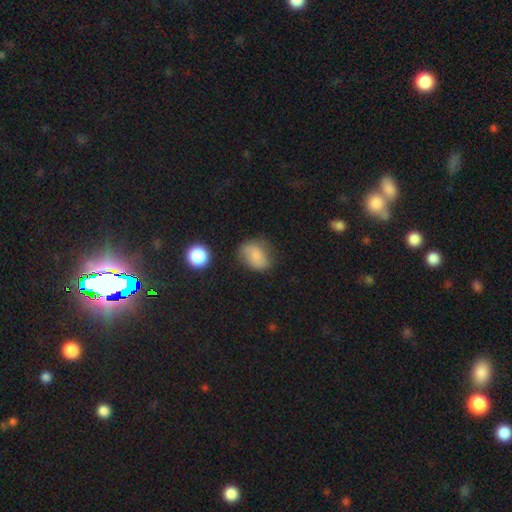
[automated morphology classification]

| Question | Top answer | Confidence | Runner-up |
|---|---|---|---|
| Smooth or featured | smooth | 72% | featured or disk (19%) |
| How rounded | in between | 65% | round (34%) |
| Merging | none | 61% | minor disturbance (27%) |